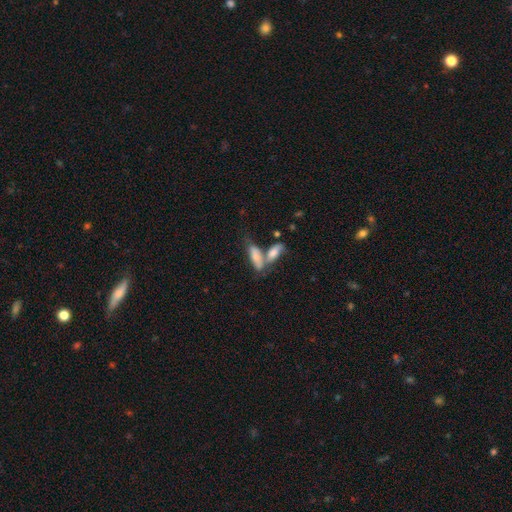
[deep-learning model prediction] Q: Smooth or featured?
A: smooth (74%); runner-up: featured or disk (19%)
Q: How rounded?
A: in between (67%); runner-up: cigar-shaped (30%)
Q: Merging?
A: merger (55%); runner-up: none (29%)